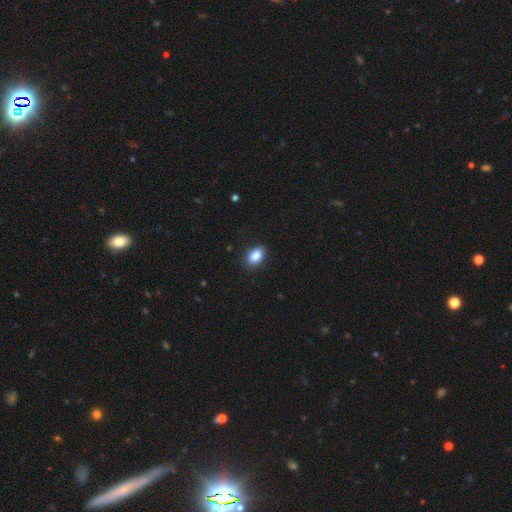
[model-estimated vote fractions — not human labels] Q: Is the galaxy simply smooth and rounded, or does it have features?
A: smooth — 86%.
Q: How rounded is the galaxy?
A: in between — 87%.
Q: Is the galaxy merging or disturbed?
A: none — 84%.